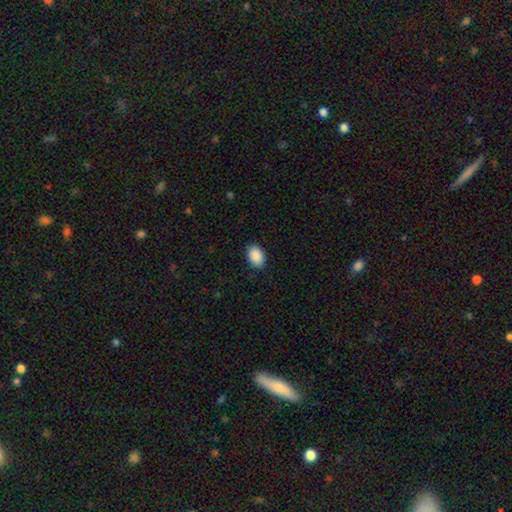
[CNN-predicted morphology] Smooth or featured?
  - smooth: 90% *
  - star or artifact: 7%
  - featured or disk: 3%
How rounded?
  - in between: 86% *
  - round: 13%
  - cigar-shaped: 1%
Merging?
  - none: 89% *
  - minor disturbance: 8%
  - major disturbance: 2%
  - merger: 1%